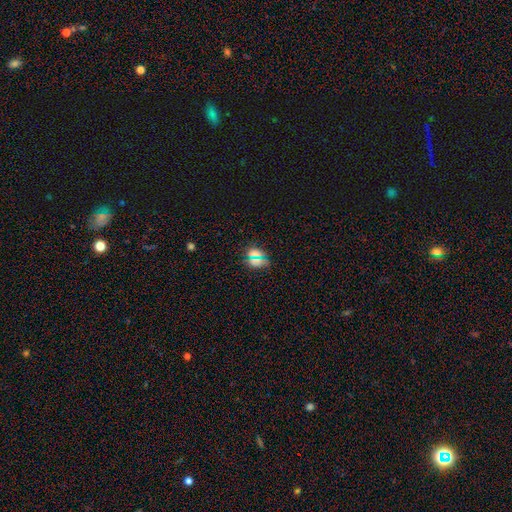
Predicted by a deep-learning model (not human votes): Smooth or featured? smooth (62%)
How rounded? in between (53%)
Merging? none (80%)